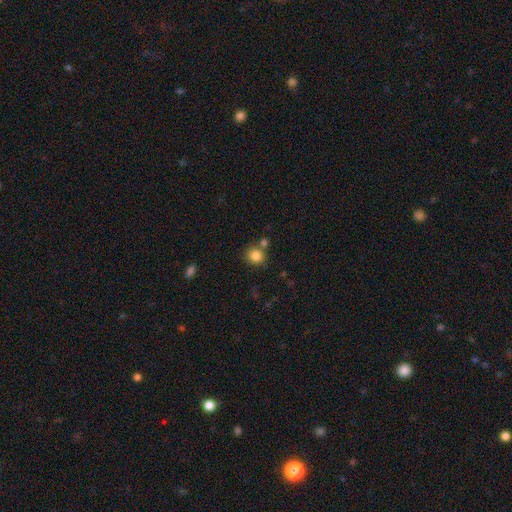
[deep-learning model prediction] The model was most divided on "merging": none: 70%, merger: 17%, minor disturbance: 10%, major disturbance: 3%. More confident: how rounded — round (84%); smooth or featured — smooth (83%).